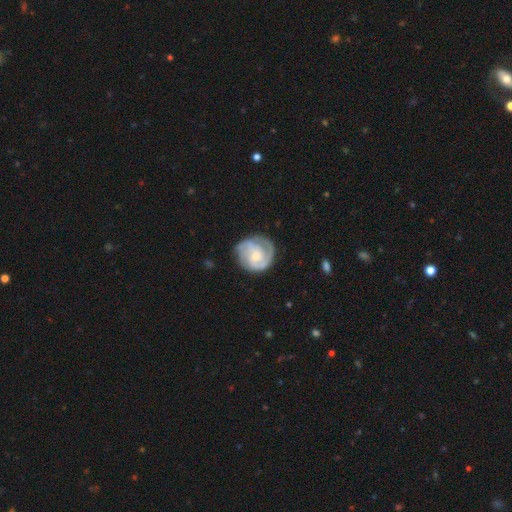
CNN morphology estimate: type=featured or disk (75%); edge-on=no (98%); bar=no (66%); spiral arms=yes (92%); winding=tight (53%); arm count=2 (34%); bulge=small (50%); merging=none (71%).